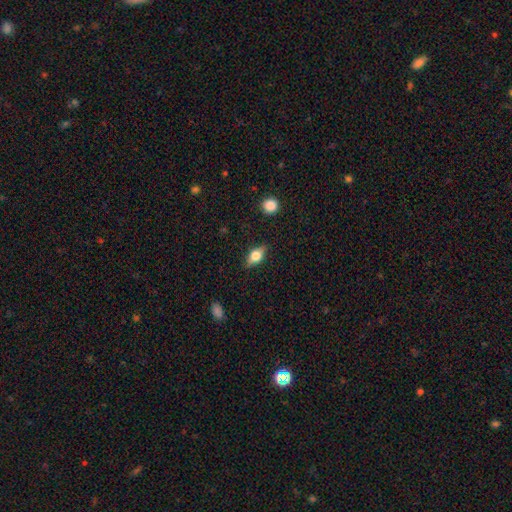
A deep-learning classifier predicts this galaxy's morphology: A smooth galaxy with no disk features (56%) that is in between round and cigar-shaped (75%). Merging: none (84%).